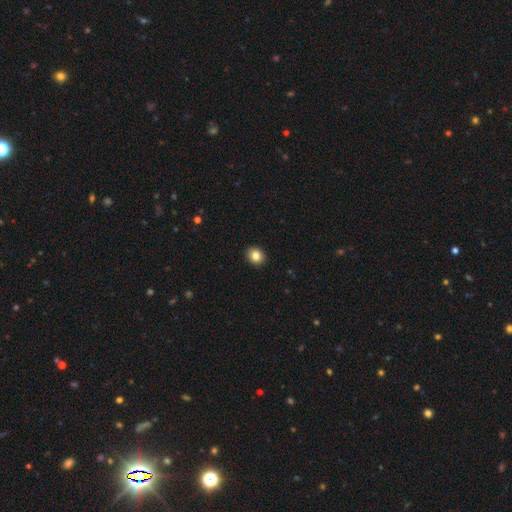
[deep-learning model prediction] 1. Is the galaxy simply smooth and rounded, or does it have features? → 83% smooth, 10% star or artifact, 7% featured or disk.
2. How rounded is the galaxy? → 68% round, 31% in between, 1% cigar-shaped.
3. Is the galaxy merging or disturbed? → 92% none, 5% minor disturbance, 1% major disturbance, 1% merger.